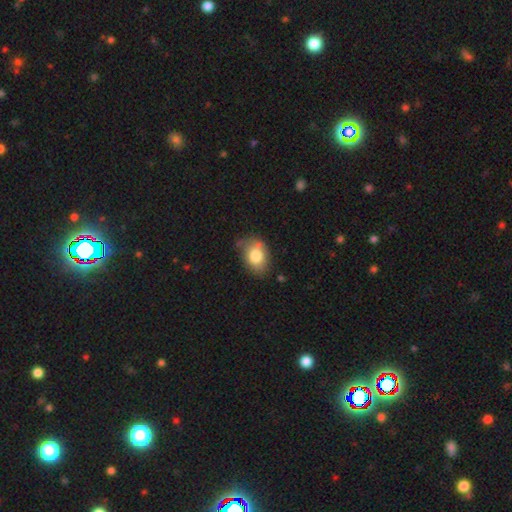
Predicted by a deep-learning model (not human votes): The model was most divided on "merging": none: 57%, minor disturbance: 31%, major disturbance: 8%, merger: 5%. More confident: smooth or featured — smooth (79%); how rounded — in between (78%).